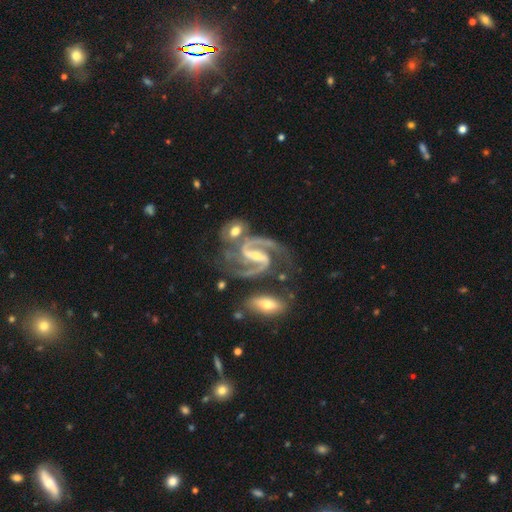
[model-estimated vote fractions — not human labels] smooth-or-featured: featured or disk: 93% | star or artifact: 4% | smooth: 2%
  disk-edge-on: no: 98% | yes: 2%
    bar: strong: 56% | weak: 32% | no: 11%
    has-spiral-arms: yes: 99% | no: 1%
      spiral-winding: medium: 66% | tight: 17% | loose: 17%
      spiral-arm-count: 2: 92% | 3: 3% | can't tell: 2% | 1: 1% | 4: 1% | more than 4: 1%
    bulge-size: small: 67% | moderate: 27% | none: 4% | large: 2% | dominant: 1%
  merging: none: 54% | minor disturbance: 18% | merger: 17% | major disturbance: 10%